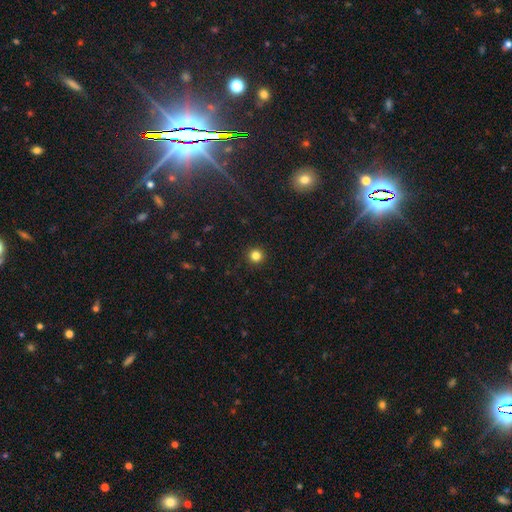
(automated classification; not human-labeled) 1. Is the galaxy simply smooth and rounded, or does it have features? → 83% smooth, 13% star or artifact, 4% featured or disk.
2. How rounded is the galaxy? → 95% round, 4% in between, 1% cigar-shaped.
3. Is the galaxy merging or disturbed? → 93% none, 4% minor disturbance, 2% major disturbance, 1% merger.